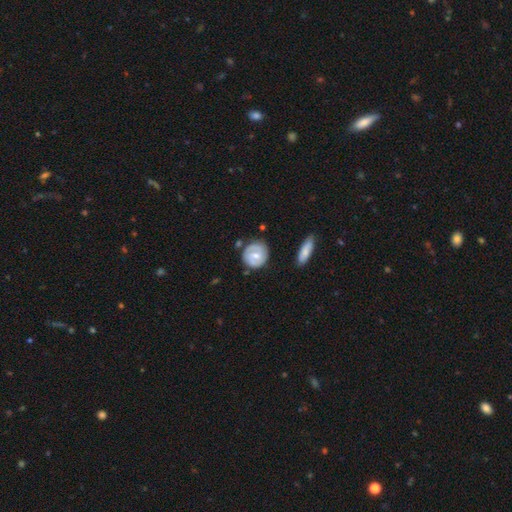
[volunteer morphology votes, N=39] A featured or disk galaxy (82%) with a weak bar (70%), 2 (74%) tight (56%) spiral arms (90%) and a small central bulge (50%). Merging: none (67%).